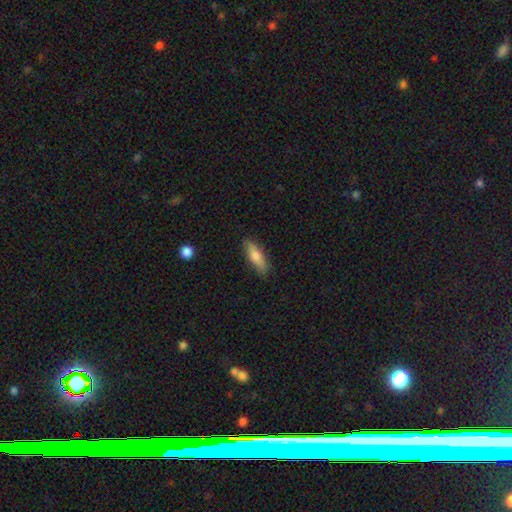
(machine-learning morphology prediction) A smooth galaxy with no disk features (68%) that is cigar-shaped (52%).

Vote fractions:
- Smooth or featured? smooth: 68% / featured or disk: 26% / star or artifact: 6%
- How rounded? cigar-shaped: 52% / in between: 45% / round: 3%
- Merging? none: 85% / minor disturbance: 11% / major disturbance: 2% / merger: 1%